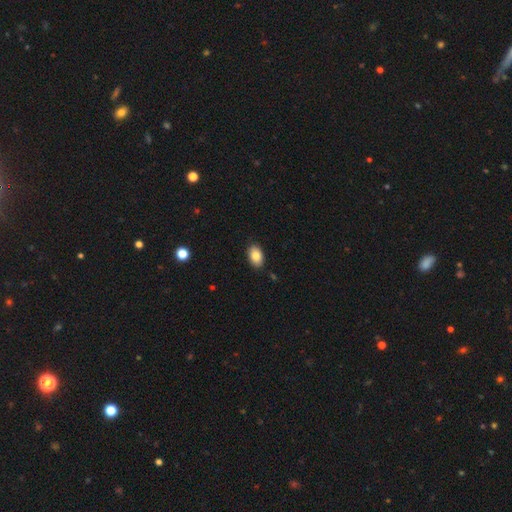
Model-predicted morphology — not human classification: Smooth or featured: smooth — 85% (featured or disk — 8%)
How rounded: in between — 91% (round — 8%)
Merging: none — 88% (minor disturbance — 9%)